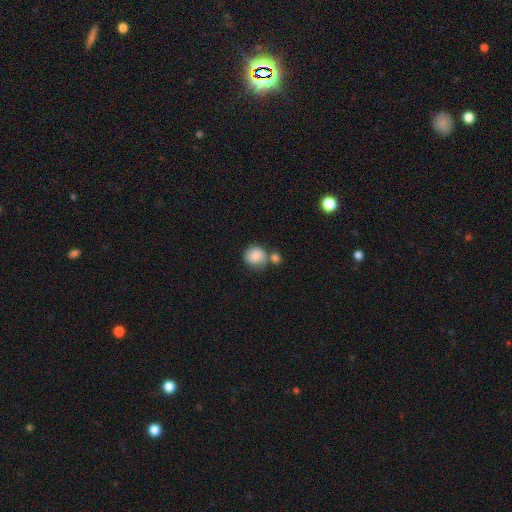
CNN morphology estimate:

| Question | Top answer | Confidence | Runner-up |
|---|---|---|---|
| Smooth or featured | smooth | 82% | featured or disk (11%) |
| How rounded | round | 86% | in between (13%) |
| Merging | none | 49% | merger (31%) |